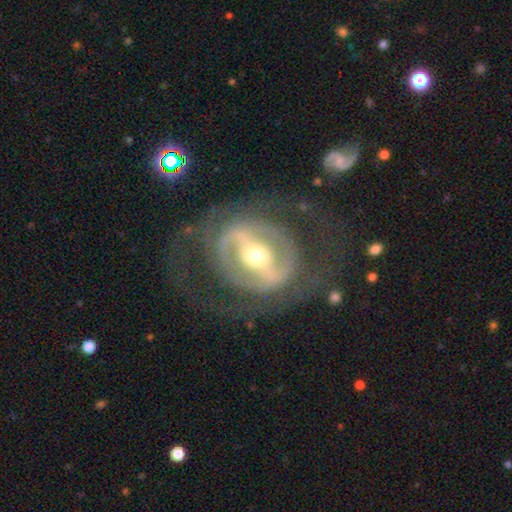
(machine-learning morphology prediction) featured or disk 82%, smooth 12%, star or artifact 6%. Down the decision tree: edge-on disk — no (93%); bar — strong (67%); spiral arms — no (50%, tied with yes); bulge size — moderate (60%); merging — none (68%).